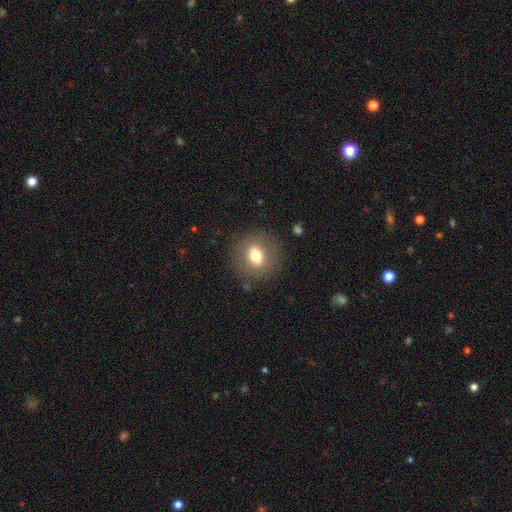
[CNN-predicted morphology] The model was most divided on "how rounded": round: 70%, in between: 29%, cigar-shaped: 1%. More confident: merging — none (85%); smooth or featured — smooth (68%).